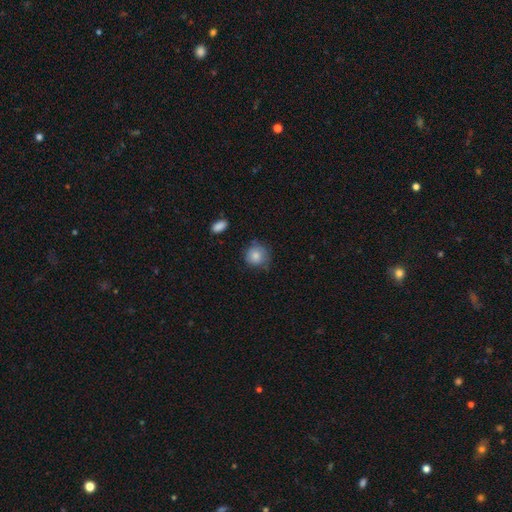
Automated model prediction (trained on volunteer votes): smooth 83%, featured or disk 8%, star or artifact 8%. Down the decision tree: how rounded — round (88%); merging — none (70%).